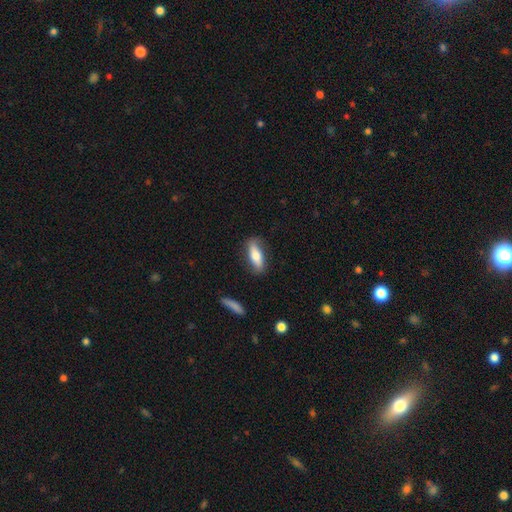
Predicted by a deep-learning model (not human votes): Q: Smooth or featured?
A: smooth (66%); runner-up: featured or disk (28%)
Q: How rounded?
A: in between (58%); runner-up: cigar-shaped (40%)
Q: Merging?
A: none (79%); runner-up: minor disturbance (15%)